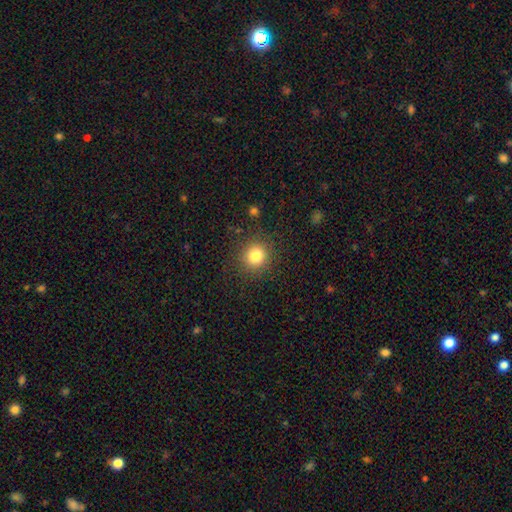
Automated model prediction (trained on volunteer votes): Smooth or featured? Predicted: smooth (p=0.81). How rounded? Predicted: round (p=0.91). Merging? Predicted: none (p=0.89).